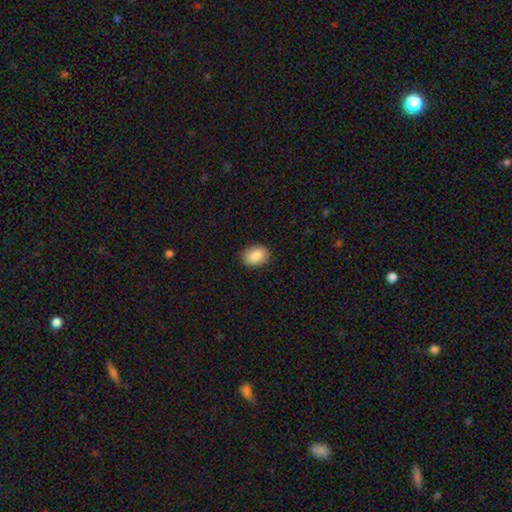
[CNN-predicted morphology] Overall: smooth (88%). How rounded: in between (72%). Merging: none (89%).